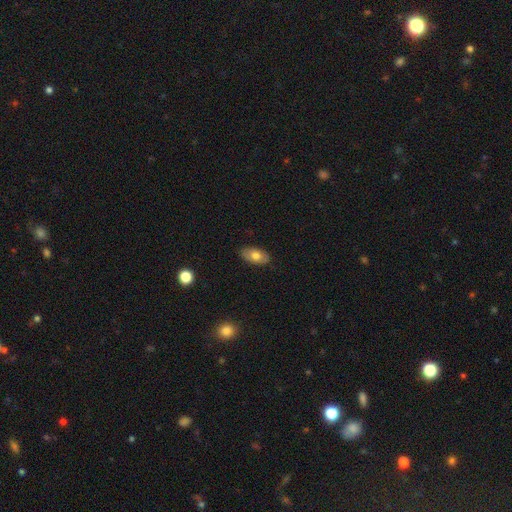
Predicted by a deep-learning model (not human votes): smooth-or-featured: smooth: 74% | featured or disk: 19% | star or artifact: 7%
  how-rounded: in between: 93% | round: 5% | cigar-shaped: 2%
  merging: none: 85% | minor disturbance: 11% | major disturbance: 2% | merger: 1%